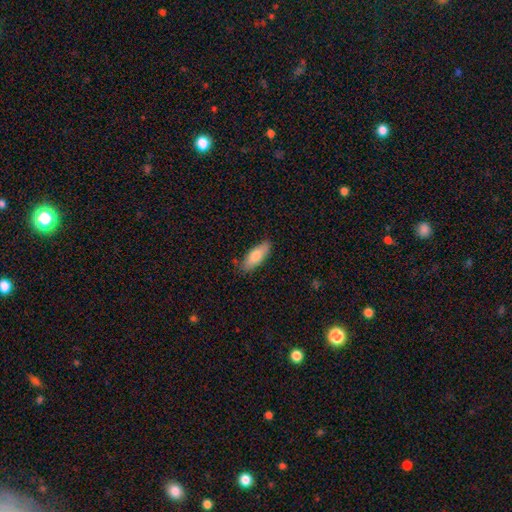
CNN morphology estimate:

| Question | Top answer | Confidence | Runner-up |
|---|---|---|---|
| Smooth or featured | smooth | 75% | featured or disk (19%) |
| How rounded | in between | 66% | cigar-shaped (32%) |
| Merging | none | 82% | minor disturbance (14%) |